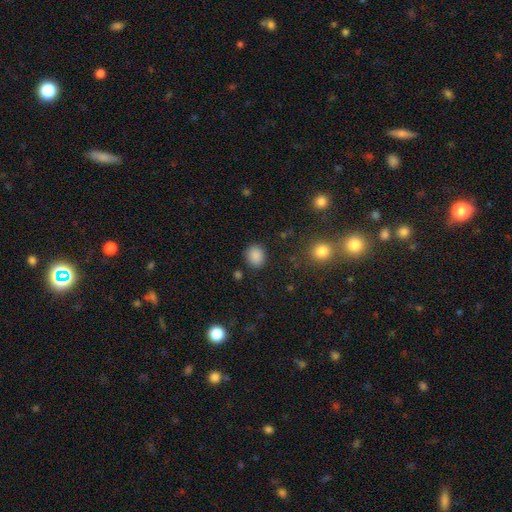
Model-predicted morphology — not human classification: type=smooth (87%); roundness=round (67%); merging=none (86%).